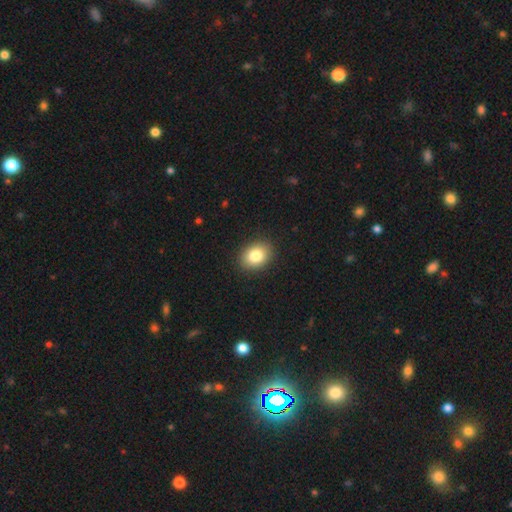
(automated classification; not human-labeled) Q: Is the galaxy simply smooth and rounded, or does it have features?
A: smooth — 84%.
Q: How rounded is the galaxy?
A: in between — 65%.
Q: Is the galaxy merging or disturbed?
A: none — 90%.